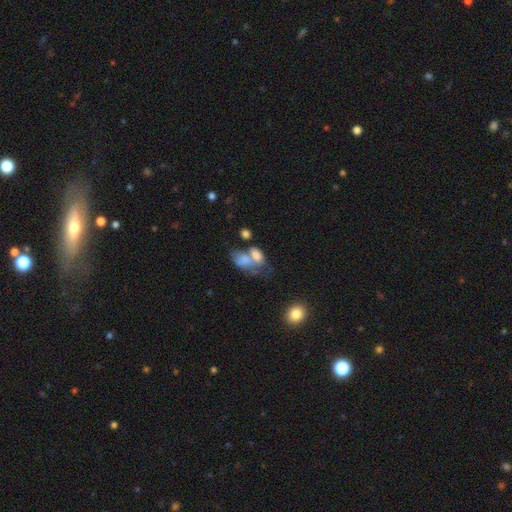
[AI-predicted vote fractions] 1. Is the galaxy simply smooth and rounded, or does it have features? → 67% smooth, 23% featured or disk, 10% star or artifact.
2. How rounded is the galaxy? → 85% in between, 13% round, 2% cigar-shaped.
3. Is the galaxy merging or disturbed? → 60% merger, 17% none, 12% major disturbance, 11% minor disturbance.